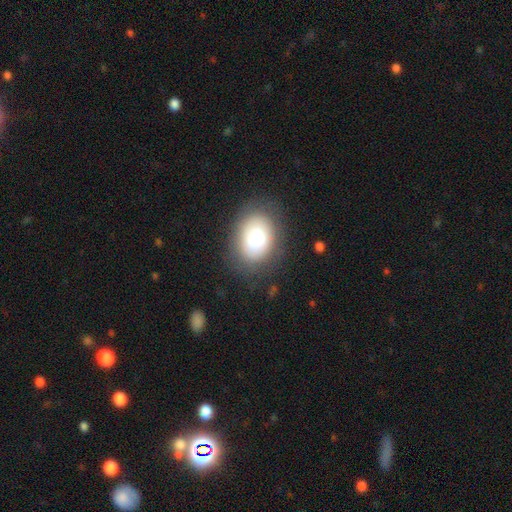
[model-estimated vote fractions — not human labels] Smooth or featured? smooth (72%)
How rounded? in between (71%)
Merging? none (82%)